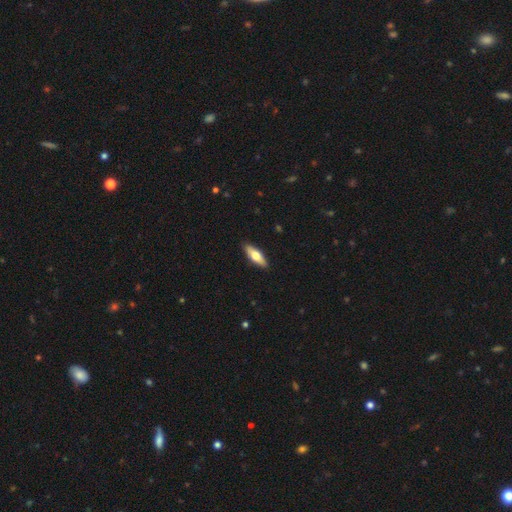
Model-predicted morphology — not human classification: Overall: smooth (60%; featured or disk 35%). How rounded: in between (61%; cigar-shaped 37%). Merging: none (90%).